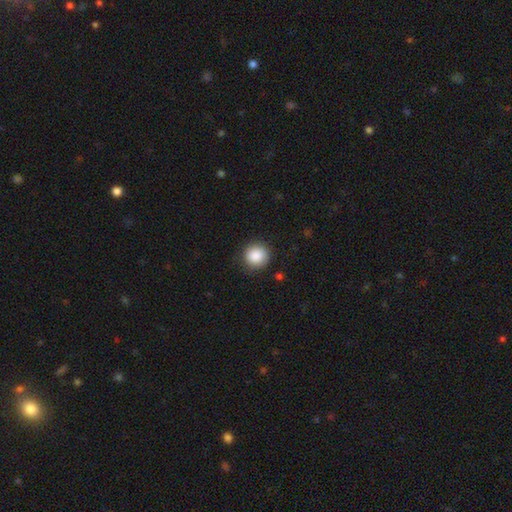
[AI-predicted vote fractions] A smooth galaxy with no disk features (88%) that is round (92%).

Vote fractions:
- Smooth or featured? smooth: 88% / star or artifact: 8% / featured or disk: 3%
- How rounded? round: 92% / in between: 7% / cigar-shaped: 1%
- Merging? none: 88% / minor disturbance: 8% / major disturbance: 2% / merger: 1%